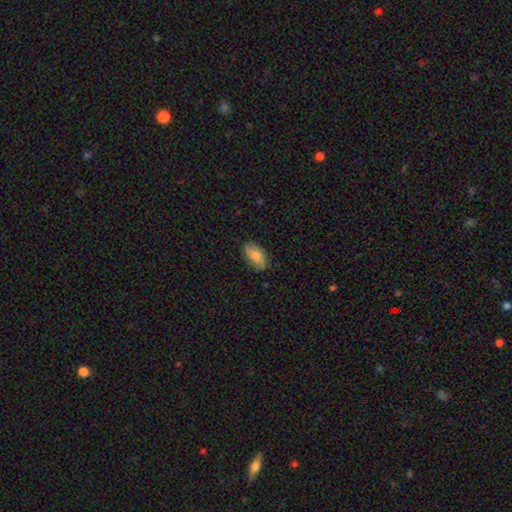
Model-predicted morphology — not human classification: Overall: smooth (77%). How rounded: in between (94%). Merging: none (81%).